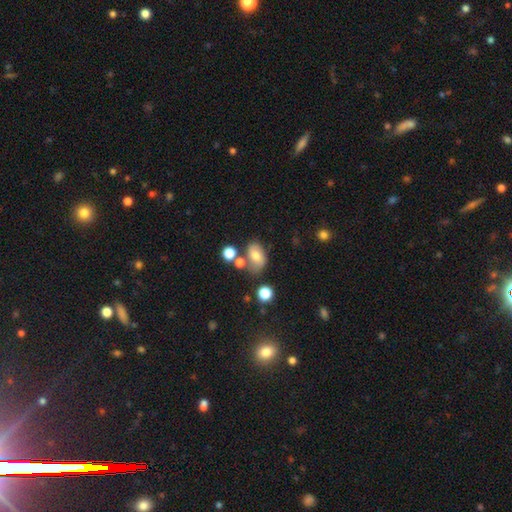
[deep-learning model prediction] smooth-or-featured: smooth: 67% | featured or disk: 21% | star or artifact: 12%
  how-rounded: in between: 79% | round: 19% | cigar-shaped: 2%
  merging: none: 55% | minor disturbance: 21% | merger: 16% | major disturbance: 9%